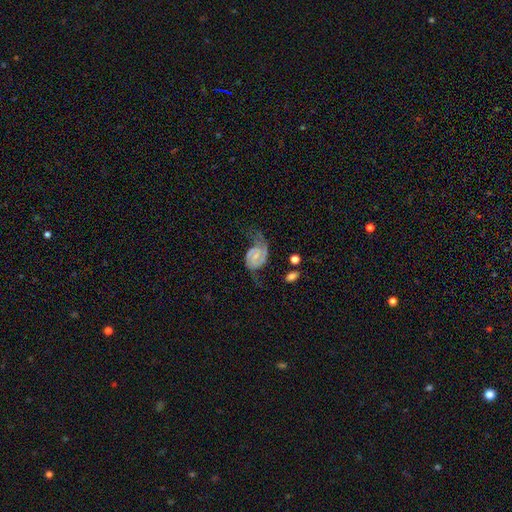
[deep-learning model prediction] smooth-or-featured: featured or disk: 77% | smooth: 16% | star or artifact: 7%
  disk-edge-on: no: 97% | yes: 3%
    bar: weak: 47% | no: 37% | strong: 15%
    has-spiral-arms: yes: 93% | no: 7%
      spiral-winding: medium: 46% | tight: 28% | loose: 26%
      spiral-arm-count: 2: 84% | 1: 6% | can't tell: 6% | 3: 2% | 4: 1% | more than 4: 1%
    bulge-size: small: 51% | moderate: 25% | none: 20% | large: 3% | dominant: 1%
  merging: none: 44% | major disturbance: 28% | minor disturbance: 24% | merger: 4%